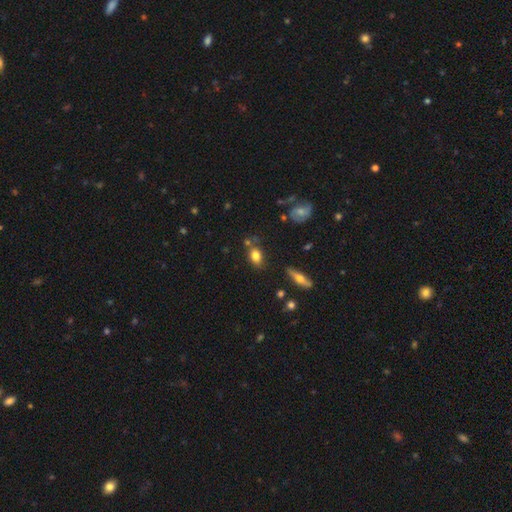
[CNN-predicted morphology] Overall: smooth (78%). How rounded: in between (78%). Merging: none (68%).